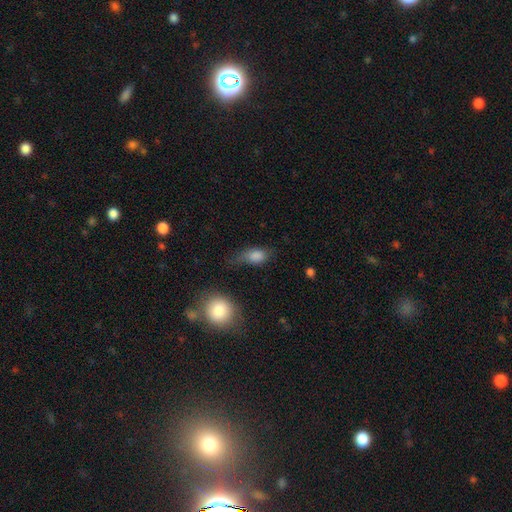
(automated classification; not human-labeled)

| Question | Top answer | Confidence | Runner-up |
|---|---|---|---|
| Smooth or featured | smooth | 81% | star or artifact (10%) |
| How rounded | in between | 81% | round (10%) |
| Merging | none | 40% | minor disturbance (35%) |